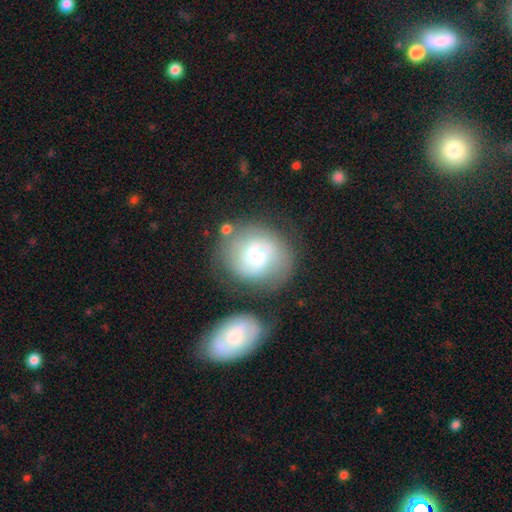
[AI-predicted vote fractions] Smooth or featured: featured or disk — 62% (smooth — 30%)
Edge-on disk: no — 97% (yes — 3%)
Bar: weak — 49% (no — 41%)
Spiral arms: yes — 87% (no — 13%)
Spiral winding: medium — 43% (tight — 37%)
Spiral arm count: 2 — 62% (can't tell — 20%)
Bulge size: moderate — 50% (small — 40%)
Merging: none — 63% (minor disturbance — 16%)